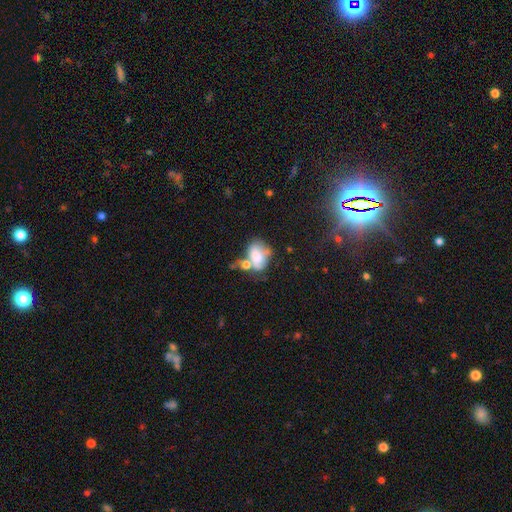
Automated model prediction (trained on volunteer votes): Smooth or featured? Predicted: smooth (p=0.62). How rounded? Predicted: in between (p=0.82). Merging? Predicted: merger (p=0.42).